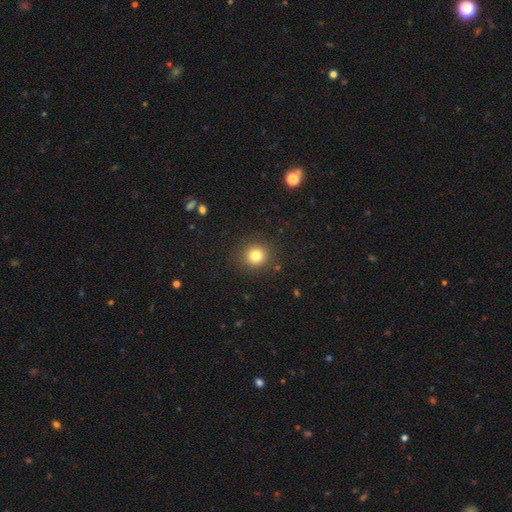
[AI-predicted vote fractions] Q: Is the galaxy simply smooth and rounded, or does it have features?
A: smooth — 80%.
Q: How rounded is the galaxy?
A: round — 92%.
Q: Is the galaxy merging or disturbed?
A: none — 90%.